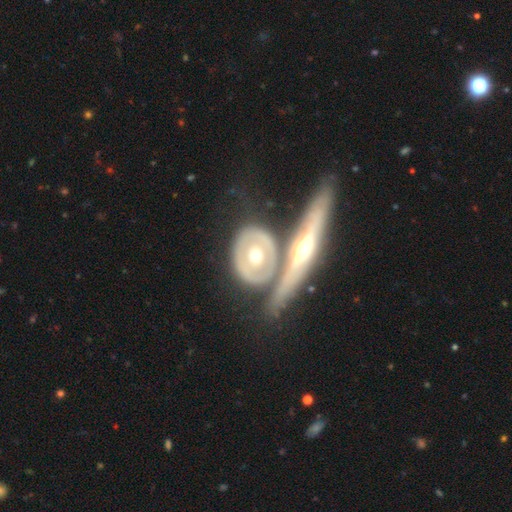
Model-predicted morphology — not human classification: Smooth or featured? featured or disk (64%)
Edge-on disk? no (64%)
Merging? none (57%)